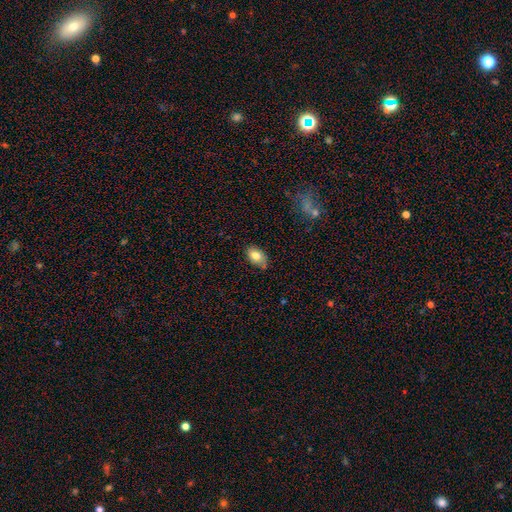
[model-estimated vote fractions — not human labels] Q: Smooth or featured?
A: smooth (79%); runner-up: featured or disk (13%)
Q: How rounded?
A: in between (88%); runner-up: round (10%)
Q: Merging?
A: none (73%); runner-up: minor disturbance (22%)